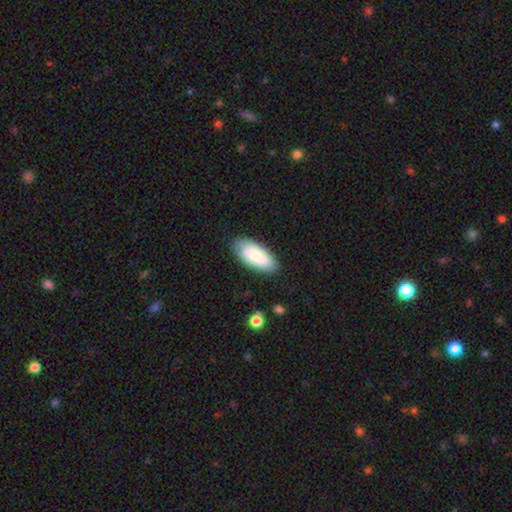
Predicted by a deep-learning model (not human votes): smooth_or_featured: smooth (p=0.72) [alt: featured or disk p=0.23]
how_rounded: in between (p=0.88) [alt: cigar-shaped p=0.10]
merging: none (p=0.85) [alt: minor disturbance p=0.12]